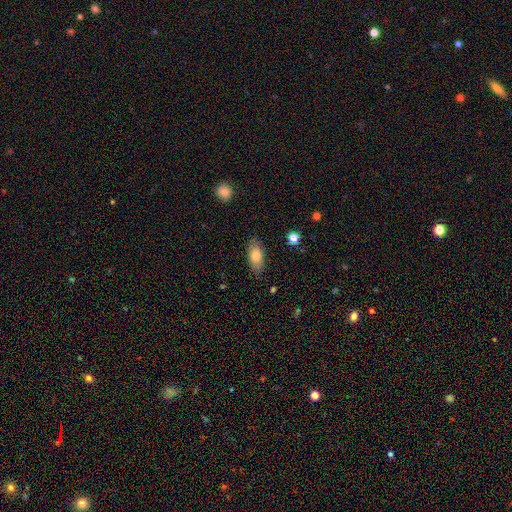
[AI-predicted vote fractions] Overall: smooth (78%). How rounded: in between (87%). Merging: none (85%).